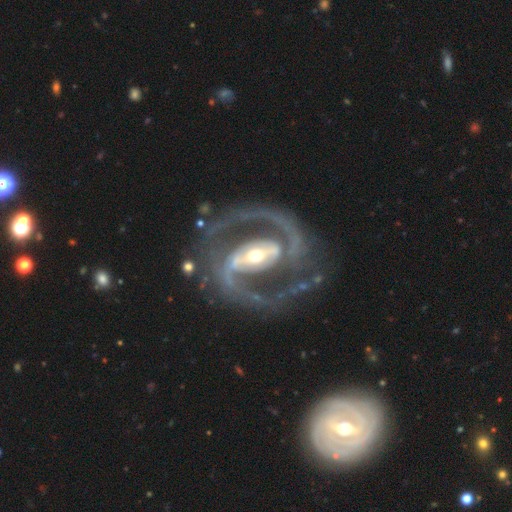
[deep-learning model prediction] Smooth or featured? featured or disk (92%)
Edge-on disk? no (97%)
Bar? strong (60%)
Spiral arms? yes (98%)
Spiral winding? medium (60%)
Spiral arm count? 2 (91%)
Bulge size? moderate (52%)
Merging? none (76%)